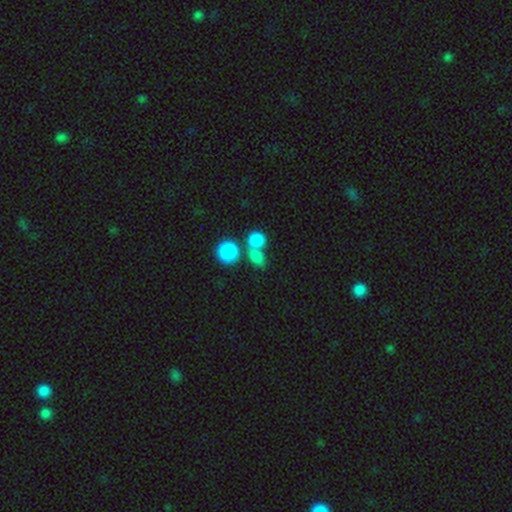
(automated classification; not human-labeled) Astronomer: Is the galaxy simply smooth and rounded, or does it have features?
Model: smooth — 82%.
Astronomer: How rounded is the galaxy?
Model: round — 53% (runner-up: in between, 45%).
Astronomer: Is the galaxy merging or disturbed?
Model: merger — 44% (runner-up: none, 41%).